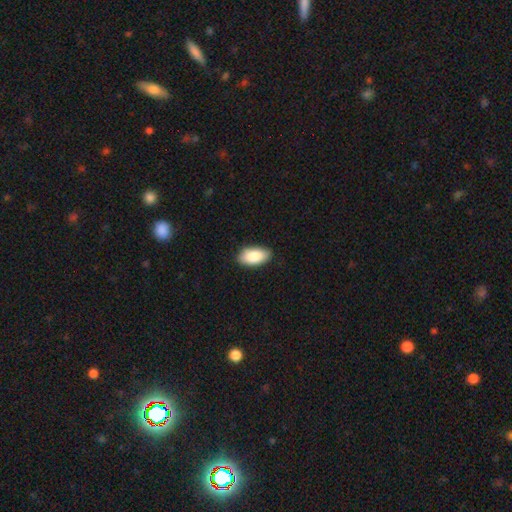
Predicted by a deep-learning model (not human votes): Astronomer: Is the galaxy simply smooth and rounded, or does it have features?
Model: smooth — 86%.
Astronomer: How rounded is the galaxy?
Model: in between — 94%.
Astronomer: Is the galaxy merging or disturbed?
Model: none — 86%.